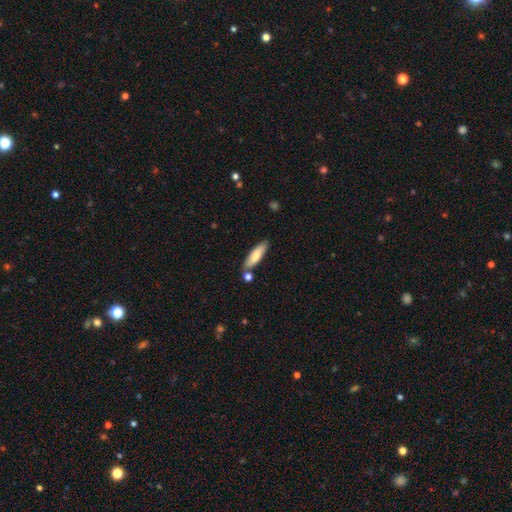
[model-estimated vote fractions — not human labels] A smooth galaxy with no disk features (72%) that is cigar-shaped (58%). Merging: none (76%).